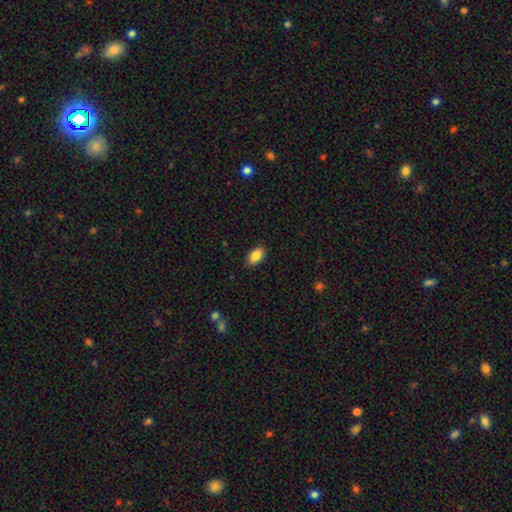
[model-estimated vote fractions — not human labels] This is clearly a smooth galaxy (86%). How rounded: clearly in between (92%). Merging: clearly none (88%).